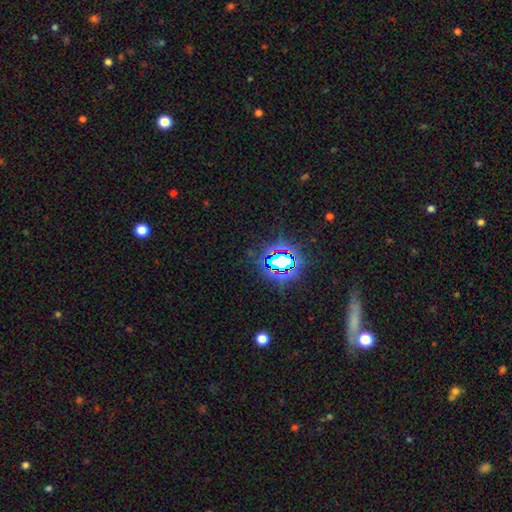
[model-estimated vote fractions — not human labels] Smooth or featured? Predicted: star or artifact (p=0.75).